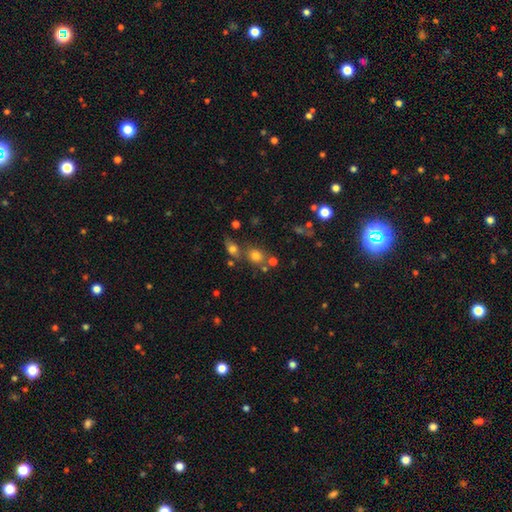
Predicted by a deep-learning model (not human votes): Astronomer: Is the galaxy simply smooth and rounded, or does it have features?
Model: smooth — 73%.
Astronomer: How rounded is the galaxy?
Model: round — 71%.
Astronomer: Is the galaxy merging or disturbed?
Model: none — 59%.